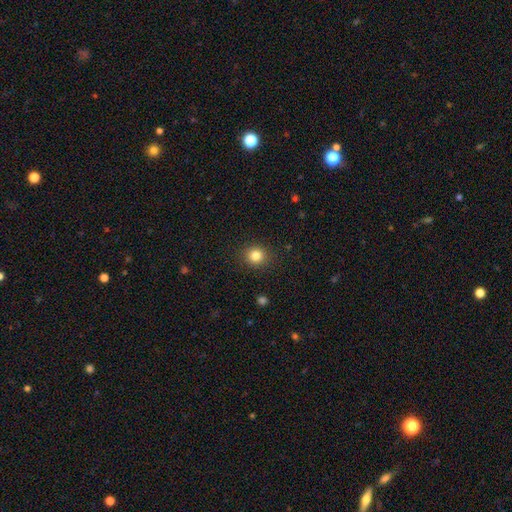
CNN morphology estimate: A smooth galaxy with no disk features (82%) that is round (87%). Merging: none (90%).